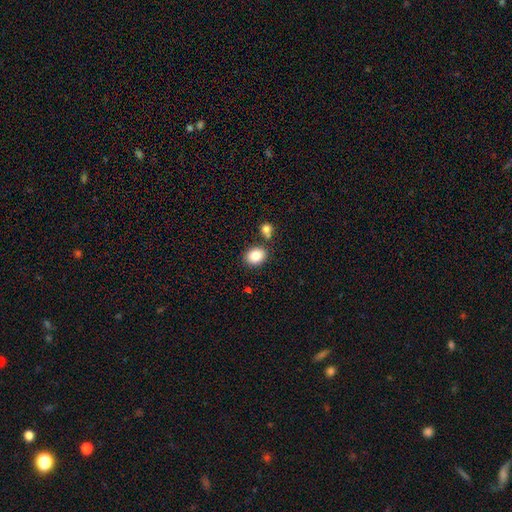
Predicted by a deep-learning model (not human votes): Smooth or featured? Predicted: smooth (p=0.87). How rounded? Predicted: in between (p=0.62). Merging? Predicted: none (p=0.73).